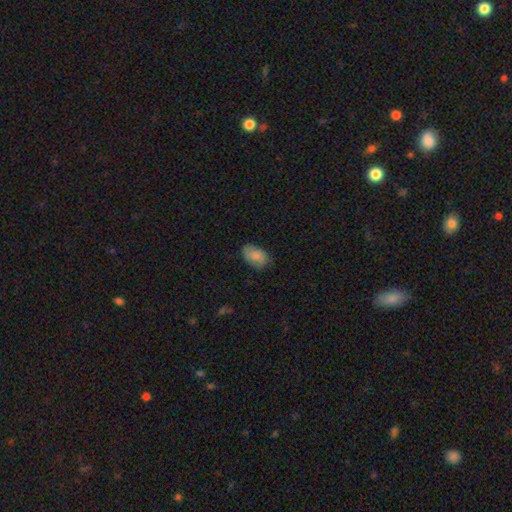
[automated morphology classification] smooth 83%, featured or disk 10%, star or artifact 7%. Down the decision tree: how rounded — in between (91%); merging — none (74%).